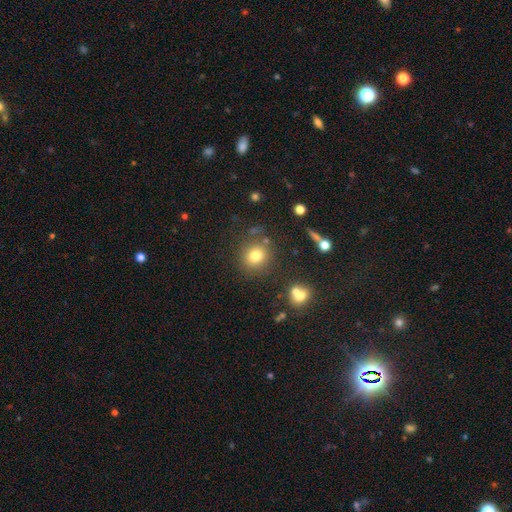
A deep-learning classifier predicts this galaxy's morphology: smooth 77%, star or artifact 14%, featured or disk 9%. Down the decision tree: how rounded — round (85%); merging — none (80%).